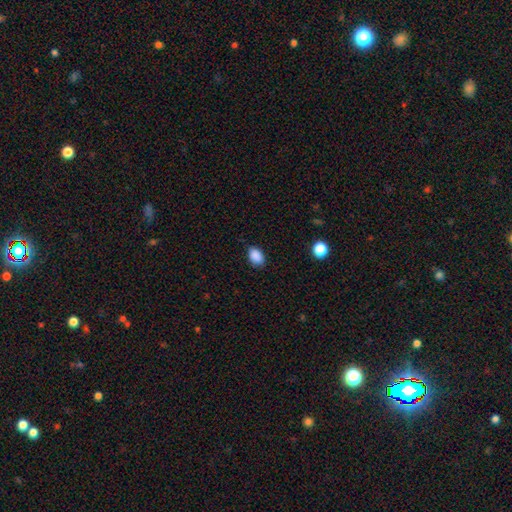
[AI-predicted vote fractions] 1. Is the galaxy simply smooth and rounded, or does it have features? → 88% smooth, 8% star or artifact, 3% featured or disk.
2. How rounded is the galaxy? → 84% in between, 15% round, 1% cigar-shaped.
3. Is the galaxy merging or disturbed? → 81% none, 15% minor disturbance, 3% major disturbance, 1% merger.